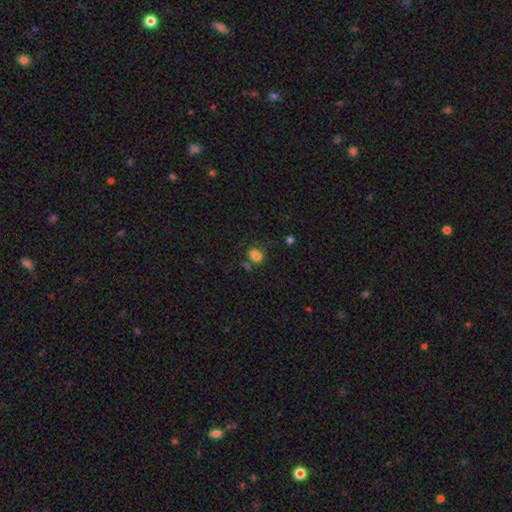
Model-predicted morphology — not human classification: Overall: smooth (74%). How rounded: in between (51%; round 47%). Merging: none (48%; merger 26%).